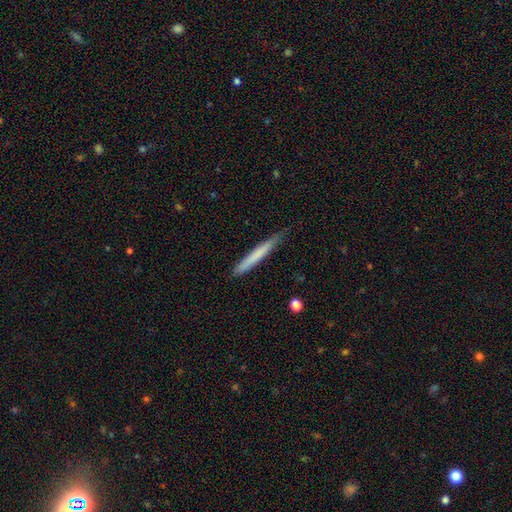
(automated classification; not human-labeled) Overall: smooth (70%). How rounded: cigar-shaped (97%). Merging: none (80%).